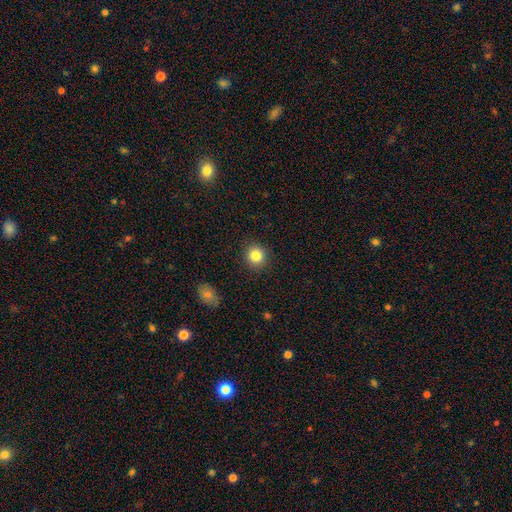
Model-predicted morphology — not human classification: Smooth or featured? smooth (84%)
How rounded? round (89%)
Merging? none (90%)